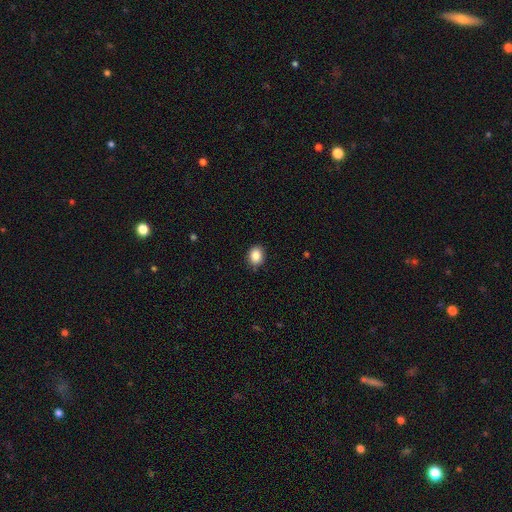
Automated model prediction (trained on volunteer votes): Q: Smooth or featured?
A: smooth (88%); runner-up: star or artifact (9%)
Q: How rounded?
A: in between (53%); runner-up: round (46%)
Q: Merging?
A: none (87%); runner-up: minor disturbance (10%)